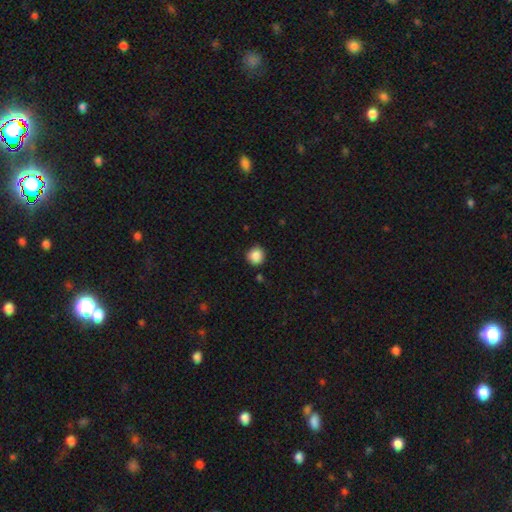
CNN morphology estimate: Smooth or featured? Predicted: smooth (p=0.87). How rounded? Predicted: round (p=0.91). Merging? Predicted: none (p=0.85).